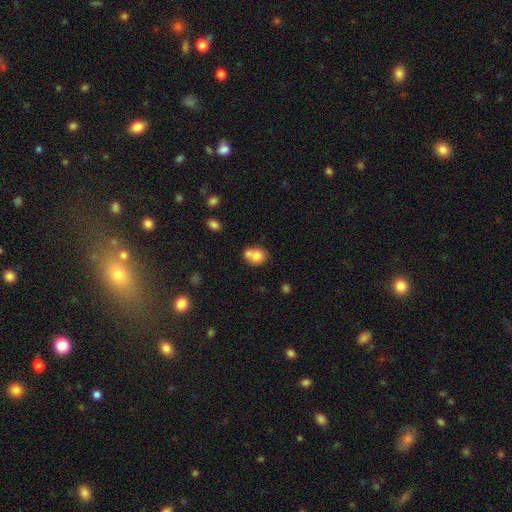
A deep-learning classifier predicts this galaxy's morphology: Smooth or featured: smooth — 76% (featured or disk — 14%)
How rounded: round — 65% (in between — 34%)
Merging: merger — 48% (none — 37%)